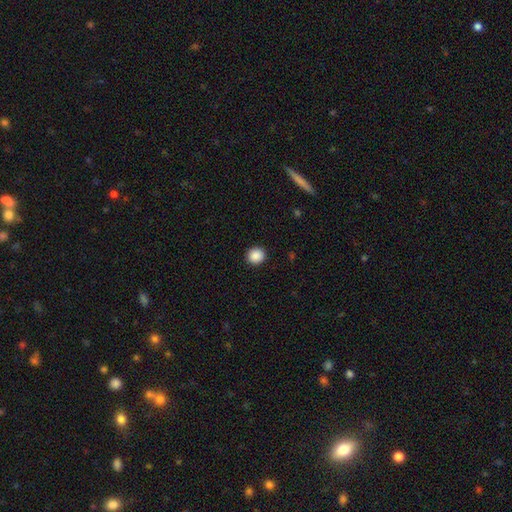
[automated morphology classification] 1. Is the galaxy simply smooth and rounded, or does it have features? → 89% smooth, 9% star or artifact, 2% featured or disk.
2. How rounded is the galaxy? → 88% round, 11% in between, 1% cigar-shaped.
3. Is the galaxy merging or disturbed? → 92% none, 5% minor disturbance, 2% major disturbance, 1% merger.